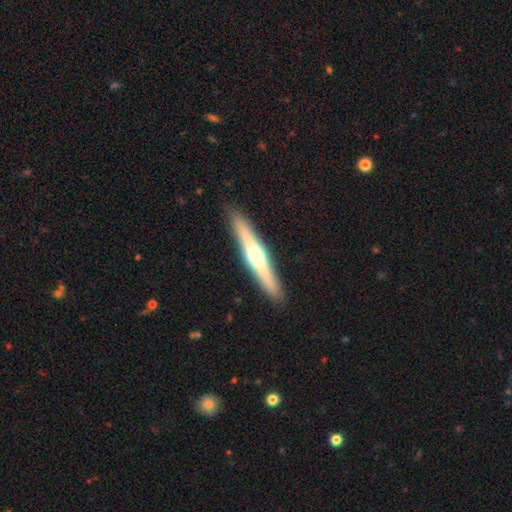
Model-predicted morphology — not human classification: Smooth or featured: featured or disk — 63% (smooth — 31%)
Edge-on disk: yes — 96% (no — 4%)
Edge-on bulge: rounded — 92% (none — 5%)
Merging: none — 91% (minor disturbance — 6%)